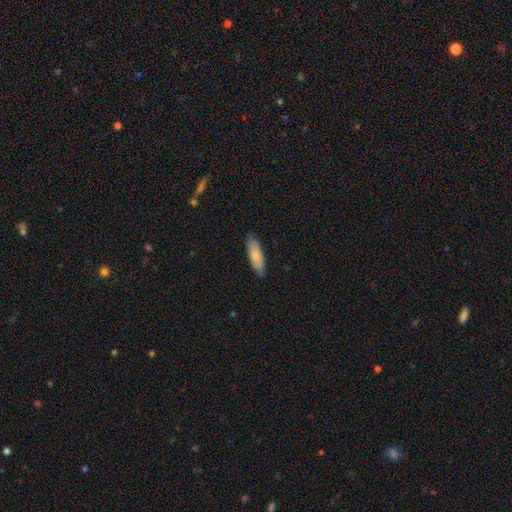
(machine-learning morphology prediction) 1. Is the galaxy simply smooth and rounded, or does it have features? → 79% smooth, 15% featured or disk, 5% star or artifact.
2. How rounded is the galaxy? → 52% in between, 46% cigar-shaped, 2% round.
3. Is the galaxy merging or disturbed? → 81% none, 16% minor disturbance, 2% major disturbance, 1% merger.